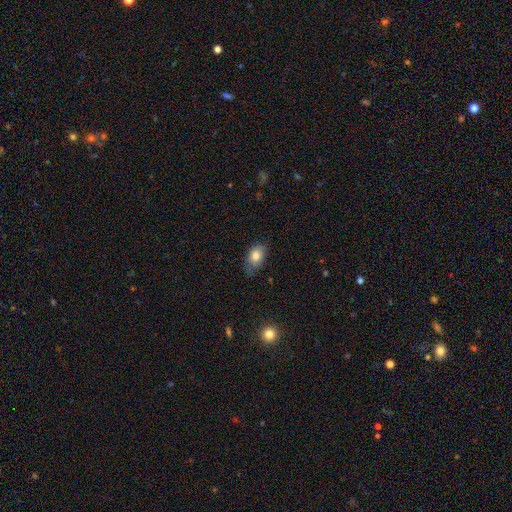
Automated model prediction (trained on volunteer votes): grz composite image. It shows a smooth galaxy with no disk features (81%) that is in between round and cigar-shaped (86%). Merging: none (64%).